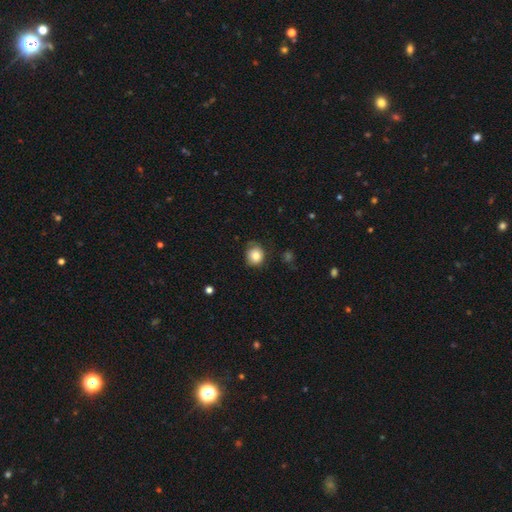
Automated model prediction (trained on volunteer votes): Morphology: type=smooth (82%); roundness=round (84%); merging=none (70%).